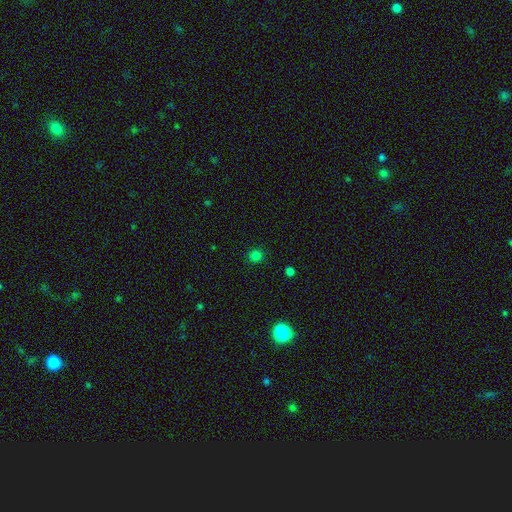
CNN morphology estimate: type=smooth (79%); roundness=round (93%); merging=none (91%).